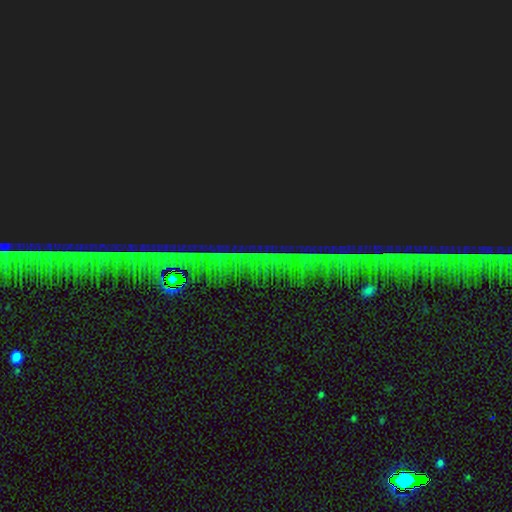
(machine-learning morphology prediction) Smooth or featured? Predicted: star or artifact (p=0.85).